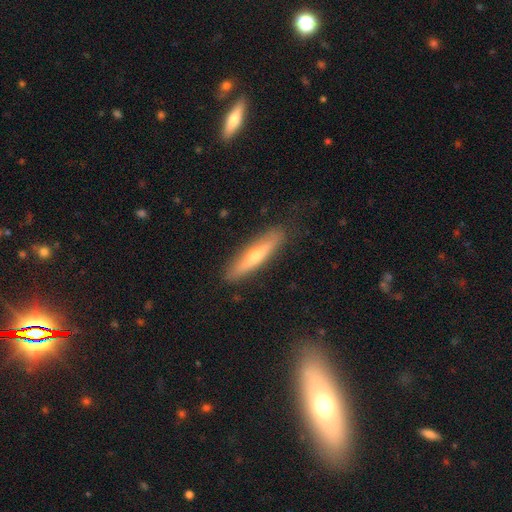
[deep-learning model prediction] Smooth or featured?
  - featured or disk: 51% *
  - smooth: 42%
  - star or artifact: 6%
Edge-on disk?
  - yes: 87% *
  - no: 13%
Merging?
  - none: 86% *
  - minor disturbance: 11%
  - major disturbance: 2%
  - merger: 1%